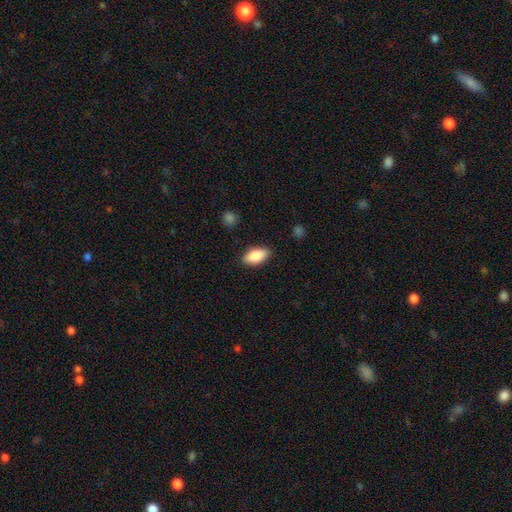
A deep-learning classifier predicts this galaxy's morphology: Smooth or featured? Predicted: smooth (p=0.83). How rounded? Predicted: in between (p=0.89). Merging? Predicted: none (p=0.87).